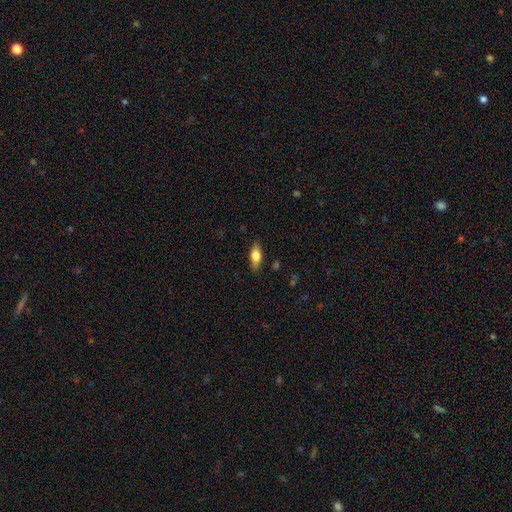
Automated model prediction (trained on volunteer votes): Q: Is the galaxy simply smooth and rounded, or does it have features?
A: smooth — 74%.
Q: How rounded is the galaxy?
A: in between — 79%.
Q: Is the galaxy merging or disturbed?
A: none — 84%.